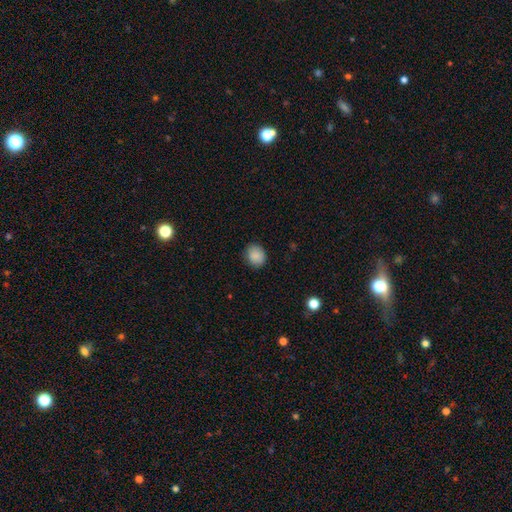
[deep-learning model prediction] smooth_or_featured: smooth (p=0.88) [alt: star or artifact p=0.08]
how_rounded: round (p=0.63) [alt: in between p=0.36]
merging: none (p=0.85) [alt: minor disturbance p=0.11]